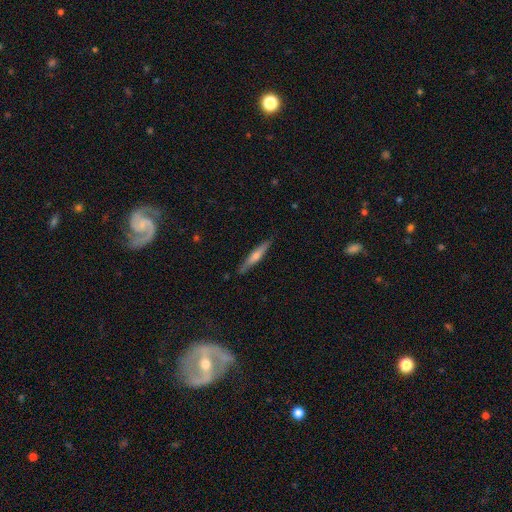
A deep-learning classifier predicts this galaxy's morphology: Smooth or featured? Predicted: featured or disk (p=0.60). Edge-on disk? Predicted: yes (p=0.96). Edge-on bulge? Predicted: rounded (p=0.79). Merging? Predicted: none (p=0.89).